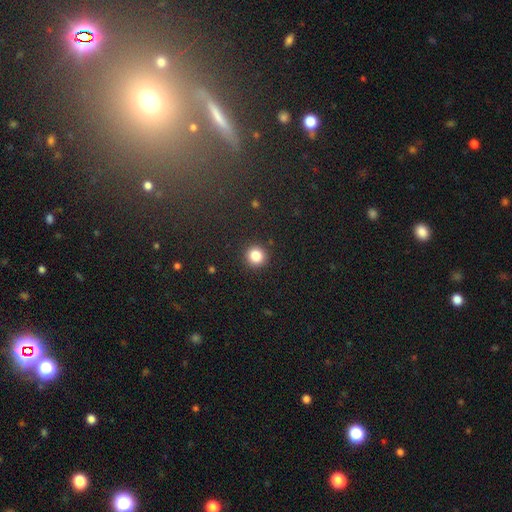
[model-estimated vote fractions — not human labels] Smooth or featured?
  - smooth: 84% *
  - star or artifact: 11%
  - featured or disk: 5%
How rounded?
  - round: 93% *
  - in between: 6%
  - cigar-shaped: 1%
Merging?
  - none: 92% *
  - minor disturbance: 5%
  - major disturbance: 2%
  - merger: 1%